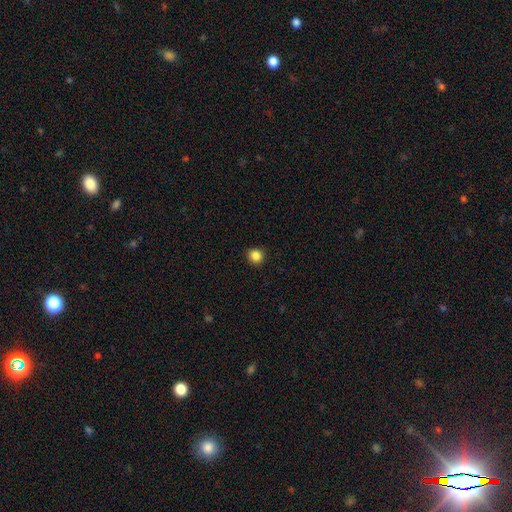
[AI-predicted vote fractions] A smooth galaxy with no disk features (86%) that is round (90%). Merging: none (91%).